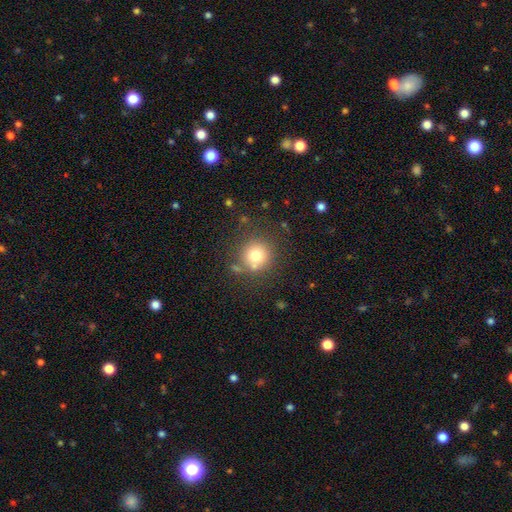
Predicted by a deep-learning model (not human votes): Q: Smooth or featured?
A: smooth (75%); runner-up: star or artifact (13%)
Q: How rounded?
A: round (92%); runner-up: in between (7%)
Q: Merging?
A: none (75%); runner-up: minor disturbance (12%)